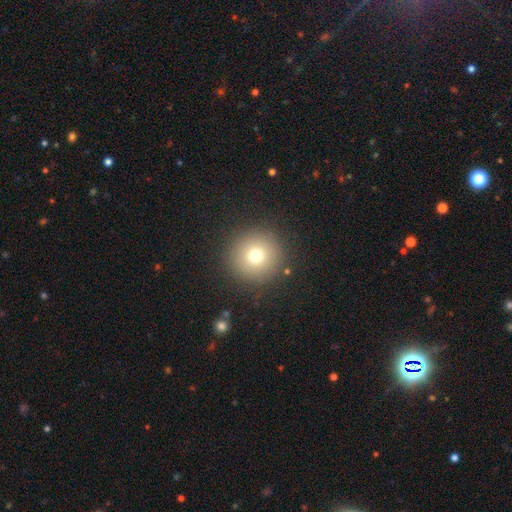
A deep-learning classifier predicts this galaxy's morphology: This appears to be a smooth galaxy with no disk features (73%) that is round (96%). Merging: none (90%).